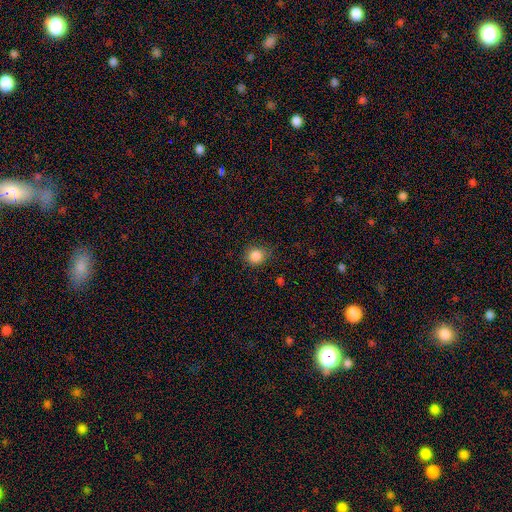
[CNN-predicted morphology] Smooth or featured?
  - smooth: 86% *
  - star or artifact: 11%
  - featured or disk: 4%
How rounded?
  - round: 84% *
  - in between: 15%
  - cigar-shaped: 1%
Merging?
  - none: 77% *
  - minor disturbance: 17%
  - major disturbance: 4%
  - merger: 1%